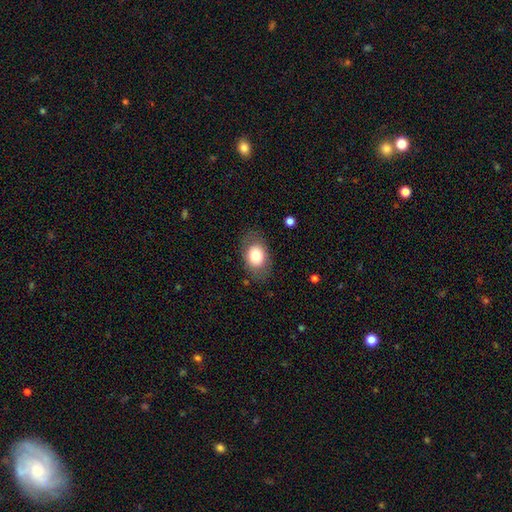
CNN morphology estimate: This is likely a smooth galaxy (76%). How rounded: likely in between (75%). Merging: clearly none (80%).